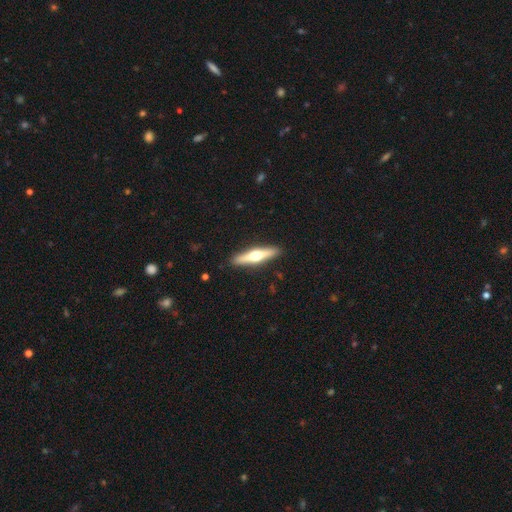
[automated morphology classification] Smooth or featured? featured or disk (60%)
Edge-on disk? yes (96%)
Edge-on bulge? rounded (95%)
Merging? none (91%)